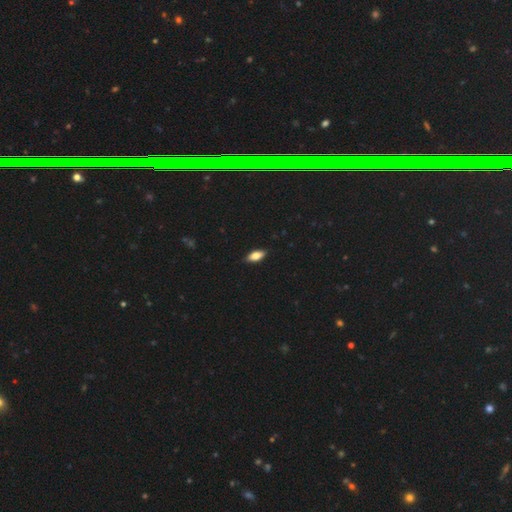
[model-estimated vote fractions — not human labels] smooth 71%, featured or disk 22%, star or artifact 7%. Down the decision tree: how rounded — in between (81%); merging — none (88%).